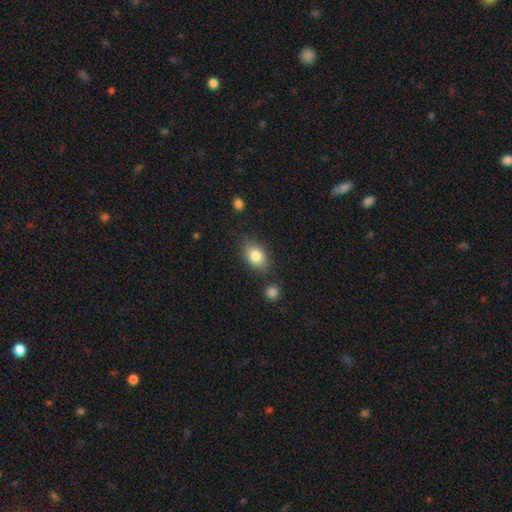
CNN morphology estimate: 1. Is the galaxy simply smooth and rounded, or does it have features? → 82% smooth, 10% featured or disk, 8% star or artifact.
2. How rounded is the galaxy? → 81% in between, 18% round, 2% cigar-shaped.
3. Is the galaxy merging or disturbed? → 78% none, 14% minor disturbance, 4% merger, 4% major disturbance.